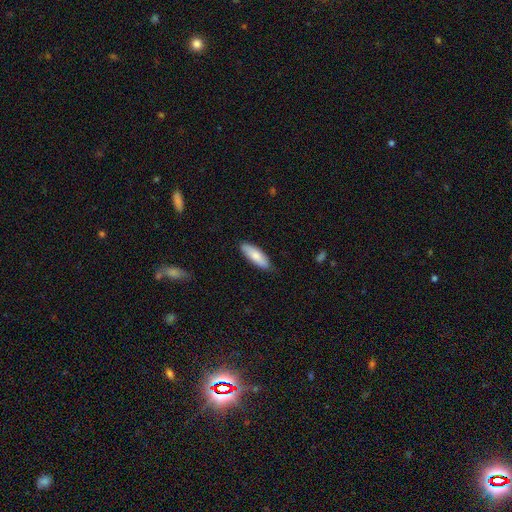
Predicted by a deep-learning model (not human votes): The model was most divided on "how rounded": in between: 59%, cigar-shaped: 40%, round: 2%. More confident: merging — none (82%); smooth or featured — smooth (80%).